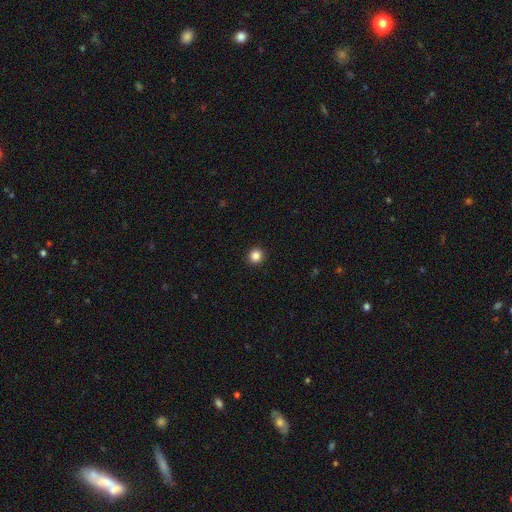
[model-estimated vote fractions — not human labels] Smooth or featured? Predicted: smooth (p=0.86). How rounded? Predicted: round (p=0.94). Merging? Predicted: none (p=0.94).